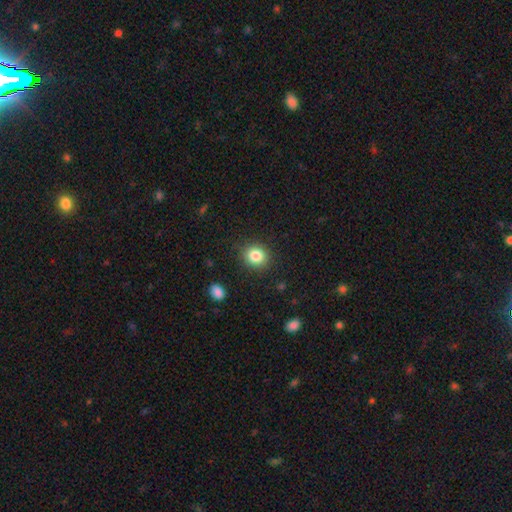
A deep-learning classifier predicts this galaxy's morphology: smooth 84%, star or artifact 10%, featured or disk 6%. Down the decision tree: how rounded — round (78%); merging — none (87%).